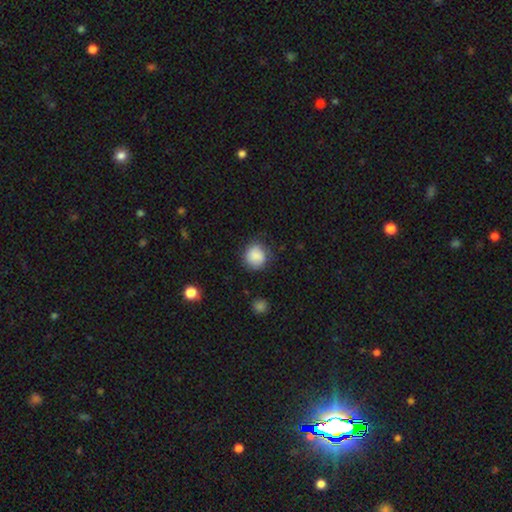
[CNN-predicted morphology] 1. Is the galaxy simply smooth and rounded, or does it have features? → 86% smooth, 8% star or artifact, 6% featured or disk.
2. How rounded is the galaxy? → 86% round, 13% in between, 1% cigar-shaped.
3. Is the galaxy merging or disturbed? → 78% none, 16% minor disturbance, 5% major disturbance, 2% merger.